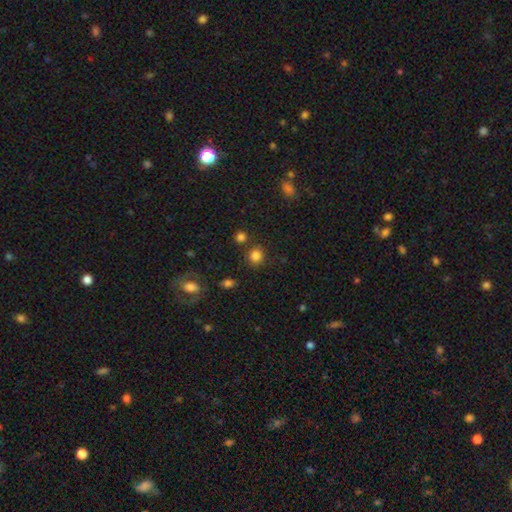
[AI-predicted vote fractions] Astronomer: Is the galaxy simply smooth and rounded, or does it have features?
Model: smooth — 82%.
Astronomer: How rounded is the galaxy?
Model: round — 85%.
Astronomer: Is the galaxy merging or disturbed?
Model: none — 79%.